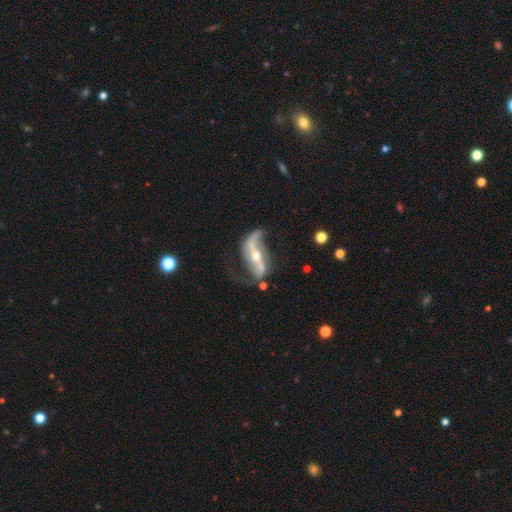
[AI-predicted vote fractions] A featured or disk galaxy (89%) with a strong bar (60%), 2 (91%) loose (83%) spiral arms (94%) and a moderate central bulge (50%). Merging: none (58%).